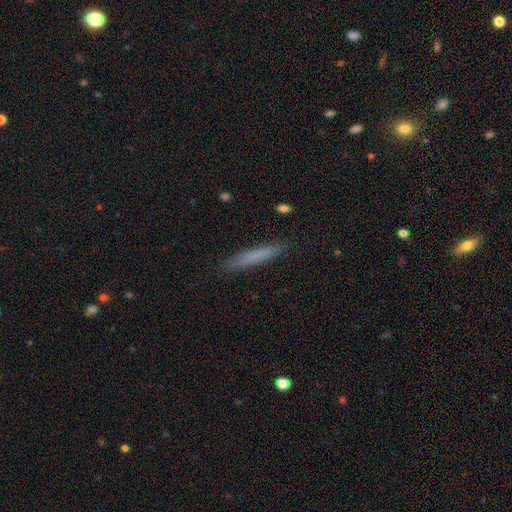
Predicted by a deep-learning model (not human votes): A smooth galaxy with no disk features (72%) that is cigar-shaped (95%).

Vote fractions:
- Smooth or featured? smooth: 72% / featured or disk: 21% / star or artifact: 7%
- How rounded? cigar-shaped: 95% / in between: 4% / round: 1%
- Merging? none: 89% / minor disturbance: 8% / major disturbance: 2% / merger: 1%